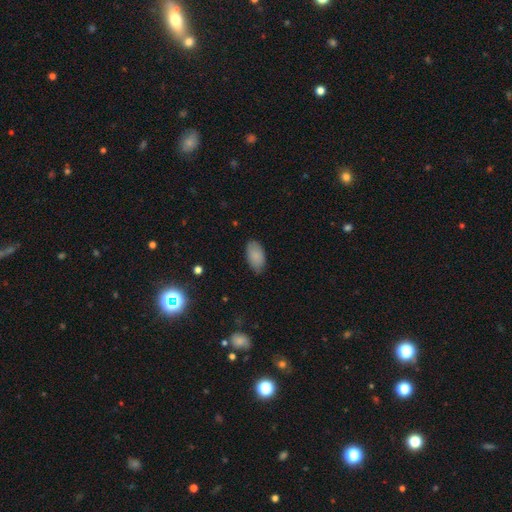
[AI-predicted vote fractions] The model was most divided on "merging": none: 77%, minor disturbance: 19%, major disturbance: 3%, merger: 1%. More confident: how rounded — in between (95%); smooth or featured — smooth (86%).